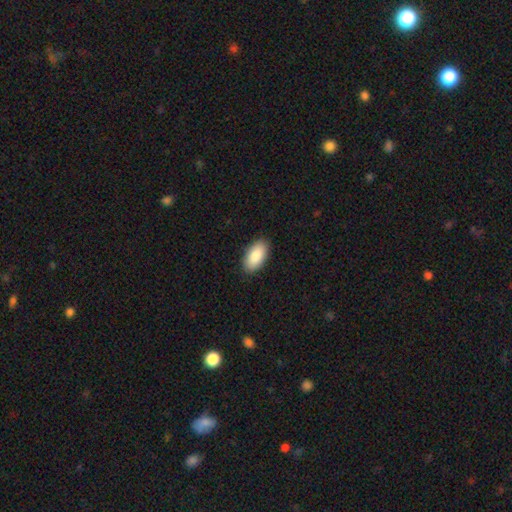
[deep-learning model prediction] smooth-or-featured: smooth: 87% | featured or disk: 7% | star or artifact: 6%
  how-rounded: in between: 95% | cigar-shaped: 3% | round: 2%
  merging: none: 89% | minor disturbance: 8% | major disturbance: 2% | merger: 1%